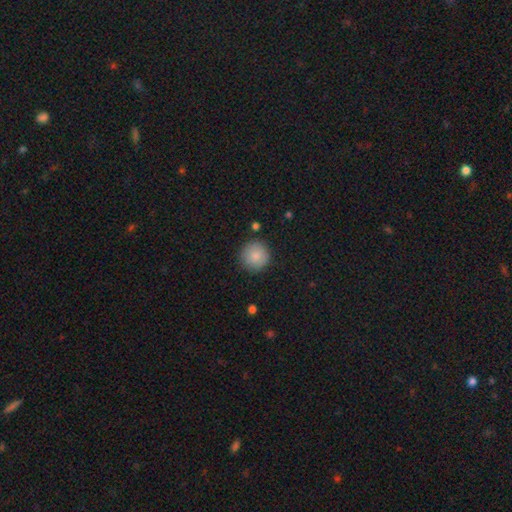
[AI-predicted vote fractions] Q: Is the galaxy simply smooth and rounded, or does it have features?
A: smooth — 85%.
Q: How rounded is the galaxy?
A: round — 95%.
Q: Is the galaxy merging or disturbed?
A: none — 88%.